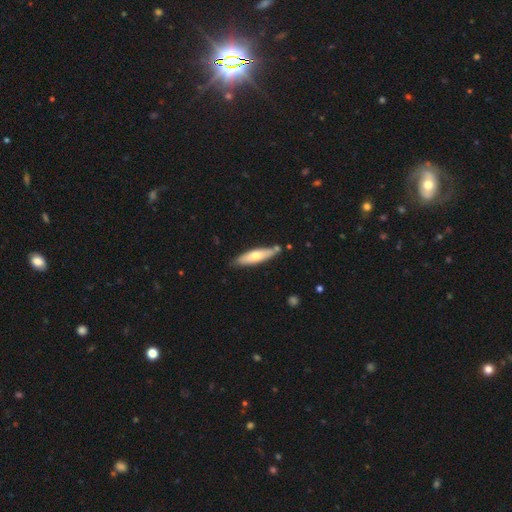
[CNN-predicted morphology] A smooth galaxy with no disk features (59%) that is cigar-shaped (69%). Merging: none (78%).